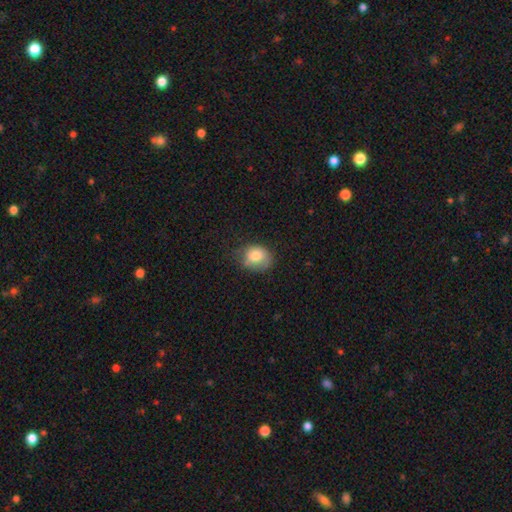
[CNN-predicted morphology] type=smooth (78%); roundness=round (57%); merging=none (54%).